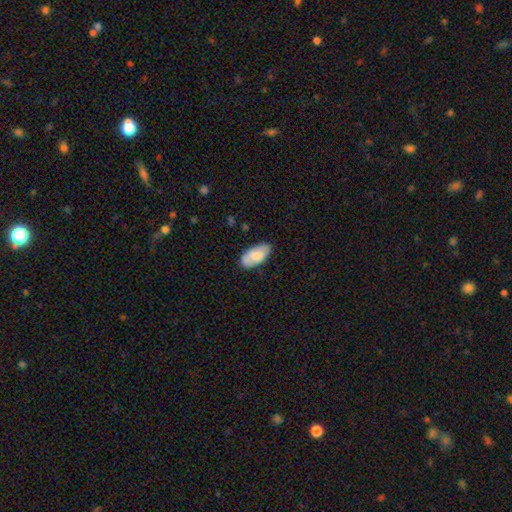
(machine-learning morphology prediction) smooth 75%, featured or disk 18%, star or artifact 6%. Down the decision tree: how rounded — in between (94%); merging — none (74%).